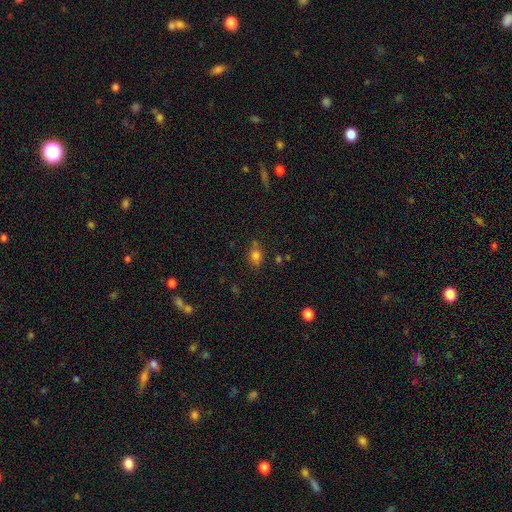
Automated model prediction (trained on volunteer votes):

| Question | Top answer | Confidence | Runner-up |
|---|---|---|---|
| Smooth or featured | smooth | 70% | star or artifact (15%) |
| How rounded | in between | 67% | round (27%) |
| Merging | none | 71% | minor disturbance (18%) |